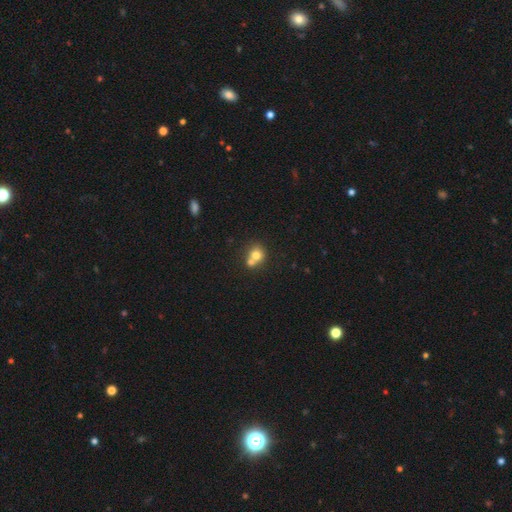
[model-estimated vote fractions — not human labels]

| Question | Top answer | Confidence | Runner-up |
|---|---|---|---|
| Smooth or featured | smooth | 73% | featured or disk (16%) |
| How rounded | round | 76% | in between (23%) |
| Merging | merger | 55% | none (35%) |